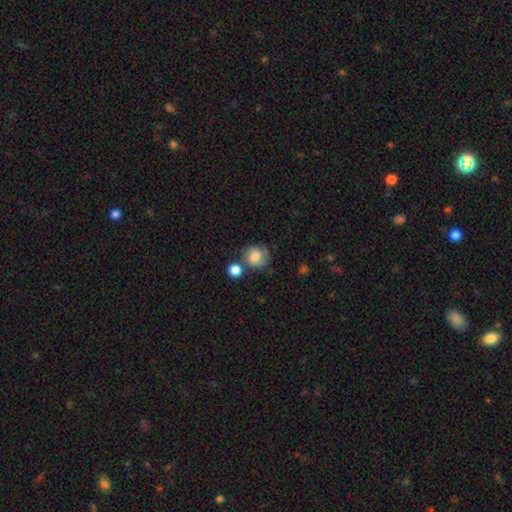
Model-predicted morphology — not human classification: Smooth or featured?
  - smooth: 75% *
  - featured or disk: 16%
  - star or artifact: 9%
How rounded?
  - round: 83% *
  - in between: 16%
  - cigar-shaped: 1%
Merging?
  - none: 59% *
  - minor disturbance: 18%
  - merger: 18%
  - major disturbance: 6%